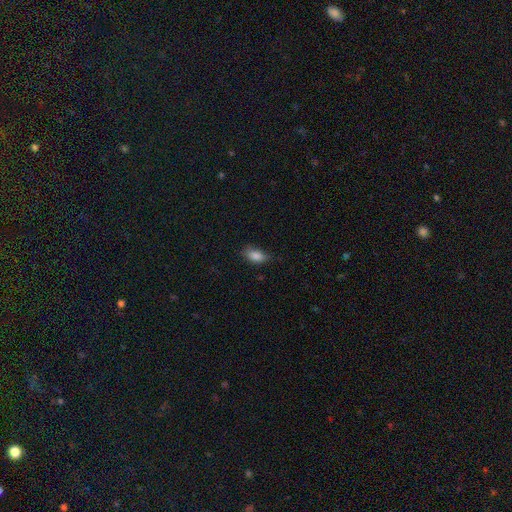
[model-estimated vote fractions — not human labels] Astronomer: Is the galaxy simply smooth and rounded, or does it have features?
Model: smooth — 86%.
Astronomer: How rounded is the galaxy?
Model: in between — 89%.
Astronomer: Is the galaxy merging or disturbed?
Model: none — 64%.